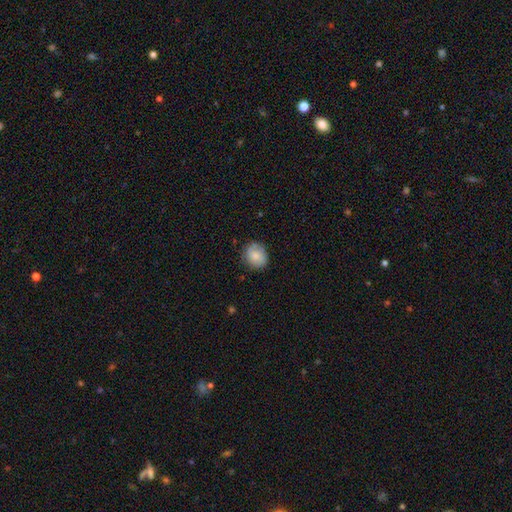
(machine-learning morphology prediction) Smooth or featured? Predicted: smooth (p=0.78). How rounded? Predicted: round (p=0.71). Merging? Predicted: none (p=0.76).